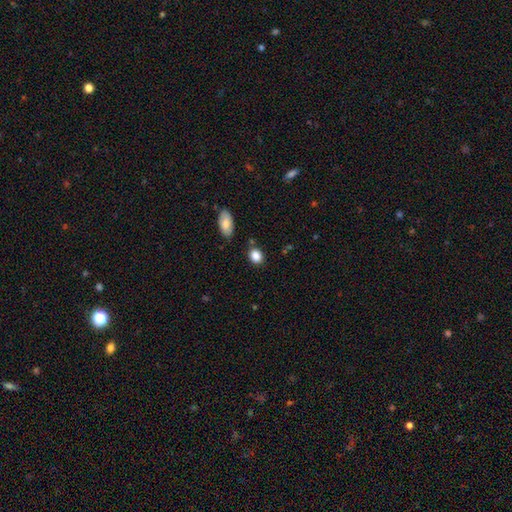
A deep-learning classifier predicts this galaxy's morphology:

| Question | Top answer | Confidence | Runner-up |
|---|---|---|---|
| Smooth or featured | smooth | 87% | star or artifact (8%) |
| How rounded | in between | 55% | round (44%) |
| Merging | none | 81% | minor disturbance (12%) |